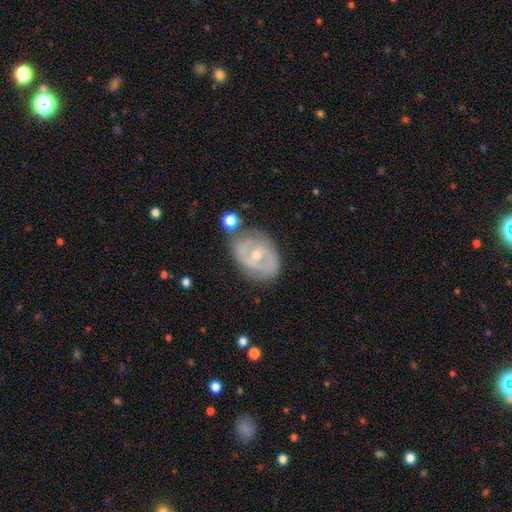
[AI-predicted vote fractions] Smooth or featured? featured or disk (70%)
Edge-on disk? no (95%)
Bar? no (53%)
Spiral arms? no (51%)
Bulge size? moderate (52%)
Merging? none (68%)